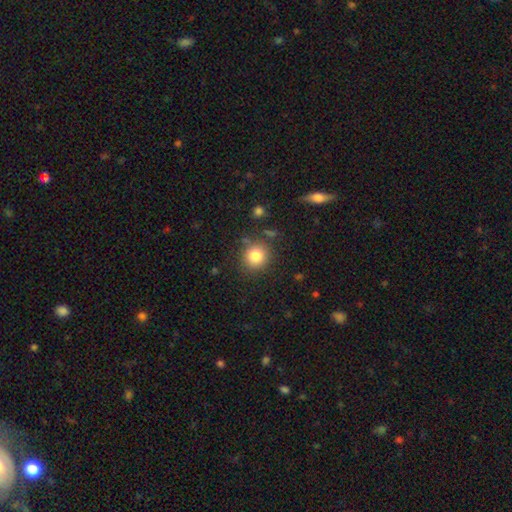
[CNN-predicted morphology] The model was most divided on "smooth or featured": smooth: 82%, star or artifact: 12%, featured or disk: 7%. More confident: how rounded — round (91%); merging — none (84%).